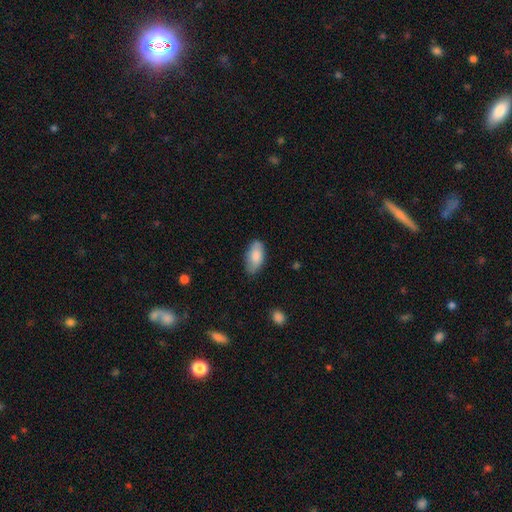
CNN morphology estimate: Smooth or featured? Predicted: smooth (p=0.82). How rounded? Predicted: in between (p=0.93). Merging? Predicted: none (p=0.77).